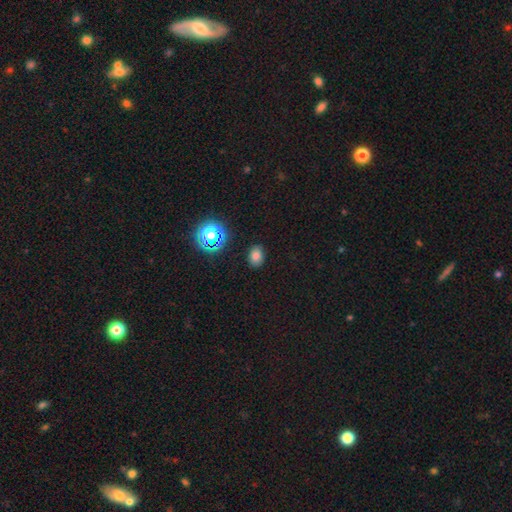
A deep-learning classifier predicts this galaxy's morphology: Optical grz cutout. It shows a smooth galaxy with no disk features (75%) that is in between round and cigar-shaped (69%). Merging: none (86%).